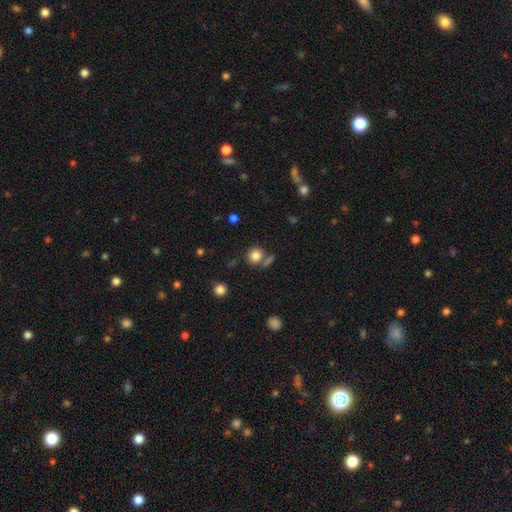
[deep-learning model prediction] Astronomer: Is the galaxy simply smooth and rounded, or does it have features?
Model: smooth — 82%.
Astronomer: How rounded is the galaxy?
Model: round — 82%.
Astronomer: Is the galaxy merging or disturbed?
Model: none — 66%.